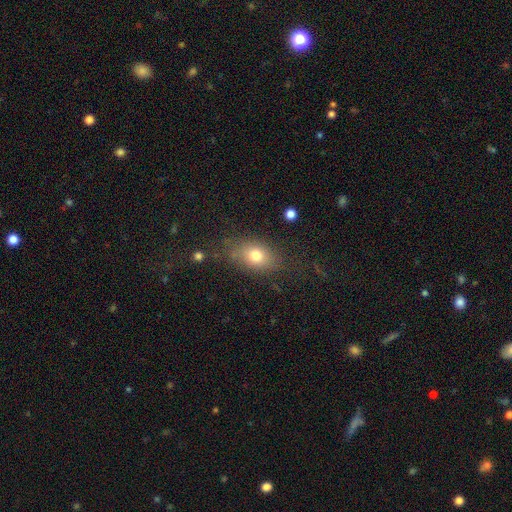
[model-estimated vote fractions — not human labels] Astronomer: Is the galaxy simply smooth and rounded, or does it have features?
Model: smooth — 76%.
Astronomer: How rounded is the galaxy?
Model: in between — 73%.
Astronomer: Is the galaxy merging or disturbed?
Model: none — 73%.